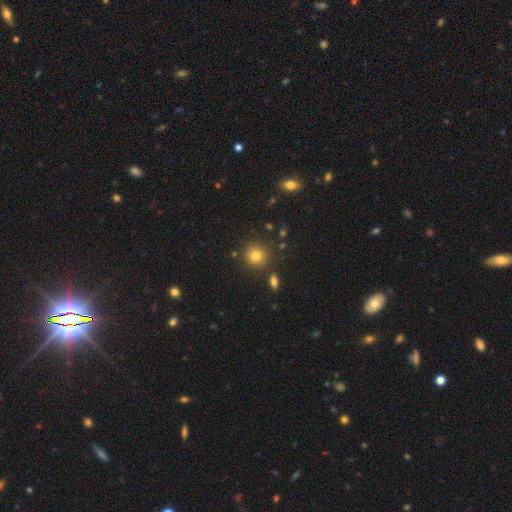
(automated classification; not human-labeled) Morphology: type=smooth (80%); roundness=round (90%); merging=none (85%).